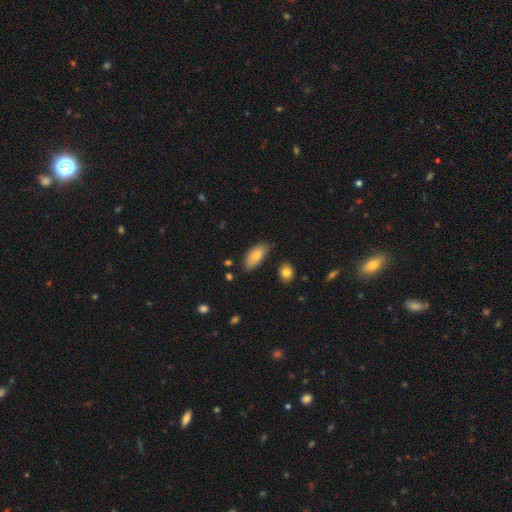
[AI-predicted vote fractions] Smooth or featured? smooth (78%)
How rounded? in between (89%)
Merging? none (68%)